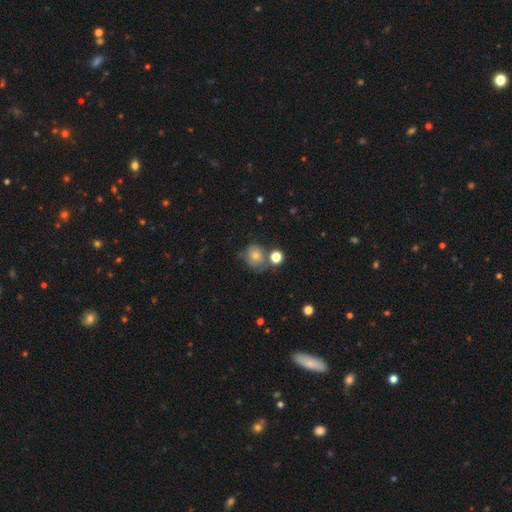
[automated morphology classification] A smooth galaxy with no disk features (72%) that is round (79%).

Vote fractions:
- Smooth or featured? smooth: 72% / featured or disk: 16% / star or artifact: 12%
- How rounded? round: 79% / in between: 20% / cigar-shaped: 1%
- Merging? none: 53% / minor disturbance: 20% / merger: 18% / major disturbance: 9%